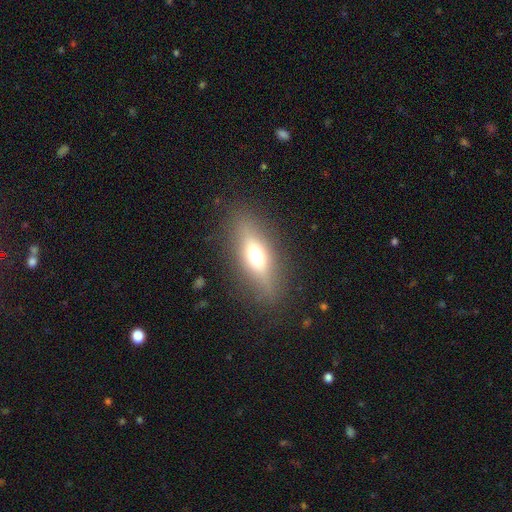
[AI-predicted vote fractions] Smooth or featured? smooth (53%)
How rounded? in between (56%)
Merging? none (84%)